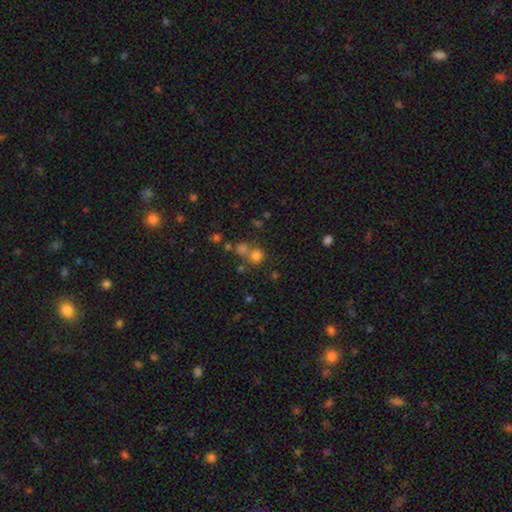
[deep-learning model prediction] smooth_or_featured: smooth (p=0.72) [alt: star or artifact p=0.19]
how_rounded: round (p=0.83) [alt: in between p=0.16]
merging: none (p=0.54) [alt: merger p=0.33]